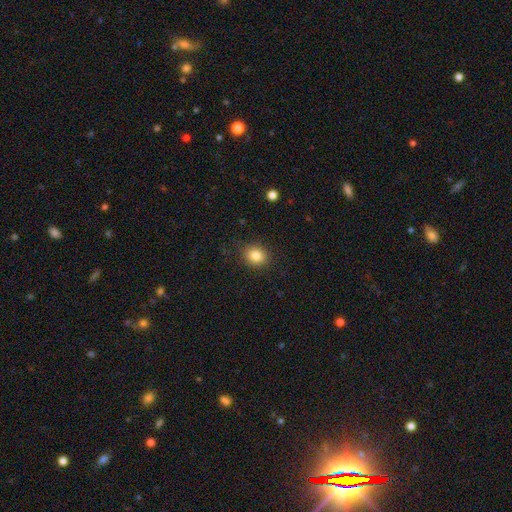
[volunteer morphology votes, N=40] Overall: smooth (85%). How rounded: round (68%; in between 32%). Merging: none (82%).